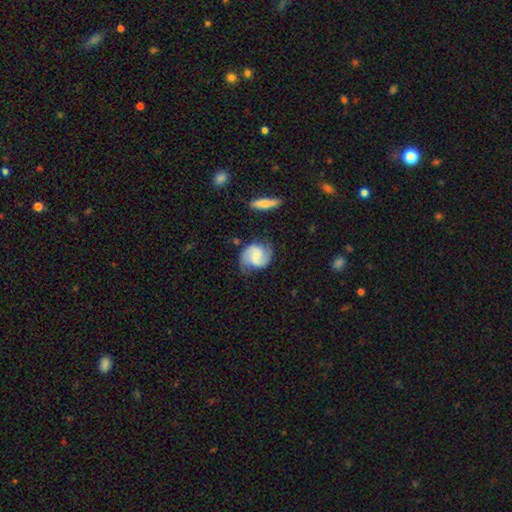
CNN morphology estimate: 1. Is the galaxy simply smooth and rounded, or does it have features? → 72% featured or disk, 22% smooth, 6% star or artifact.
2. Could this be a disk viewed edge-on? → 98% no, 2% yes.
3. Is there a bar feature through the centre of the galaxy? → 45% no, 43% weak, 12% strong.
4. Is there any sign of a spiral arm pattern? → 95% yes, 5% no.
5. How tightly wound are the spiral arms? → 49% medium, 27% tight, 24% loose.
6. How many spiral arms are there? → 88% 2, 5% can't tell, 3% 1, 2% 3, 1% 4, 1% more than 4.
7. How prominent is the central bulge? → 38% none, 34% small, 21% moderate, 5% large, 2% dominant.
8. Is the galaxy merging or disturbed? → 68% none, 21% minor disturbance, 8% major disturbance, 3% merger.